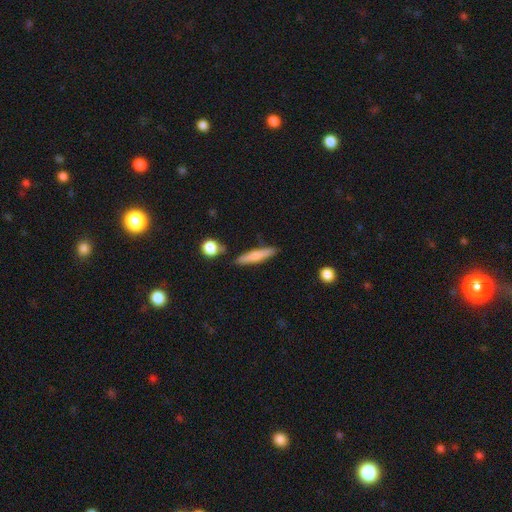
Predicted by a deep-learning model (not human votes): Overall: smooth (64%; featured or disk 30%). How rounded: cigar-shaped (88%). Merging: none (82%).